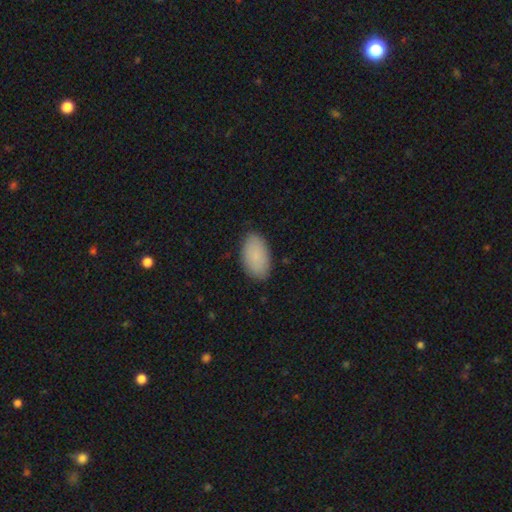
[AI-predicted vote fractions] Overall: smooth (89%). How rounded: in between (95%). Merging: none (86%).